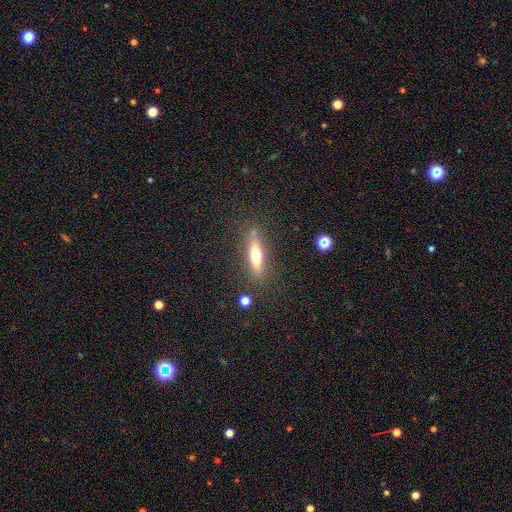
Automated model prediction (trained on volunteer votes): Smooth or featured? smooth (48%)
Merging? none (80%)